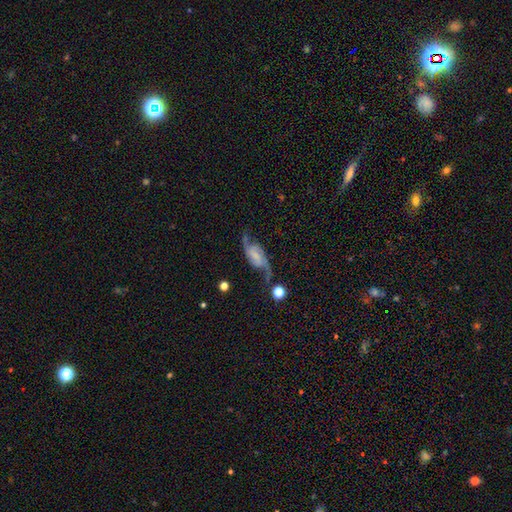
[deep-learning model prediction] This appears to be a featured or disk galaxy (84%) with a weak bar (43%), 2 (91%) loose (59%) spiral arms (96%) and a small central bulge (41%). Merging: none (63%).